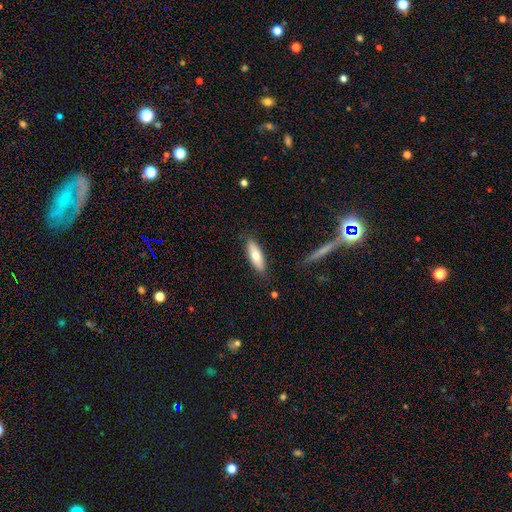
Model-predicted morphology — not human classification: smooth_or_featured: smooth (p=0.71) [alt: featured or disk p=0.23]
how_rounded: in between (p=0.64) [alt: cigar-shaped p=0.34]
merging: none (p=0.85) [alt: minor disturbance p=0.11]